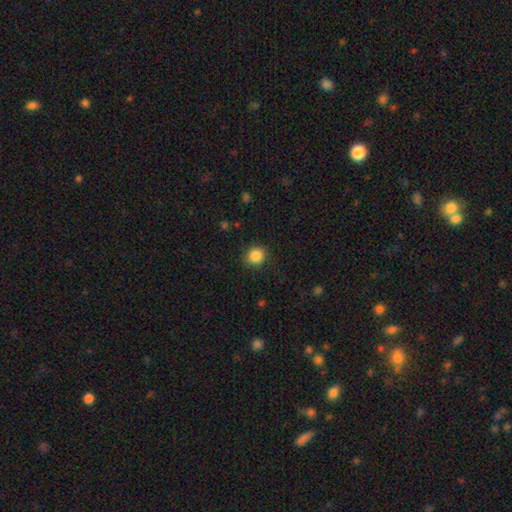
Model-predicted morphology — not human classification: Smooth or featured? smooth (86%)
How rounded? round (88%)
Merging? none (88%)